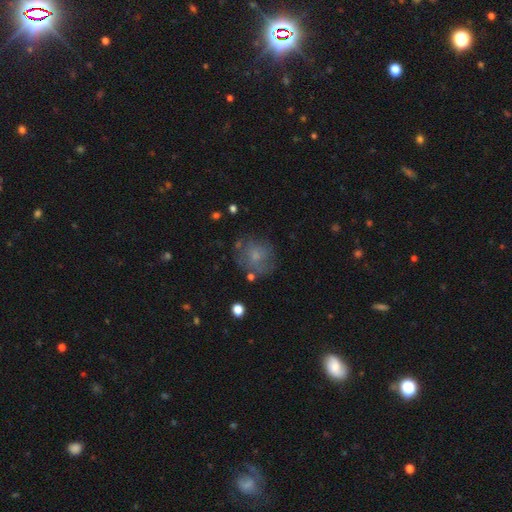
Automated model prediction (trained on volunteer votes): Smooth or featured? smooth (61%)
How rounded? round (78%)
Merging? none (62%)